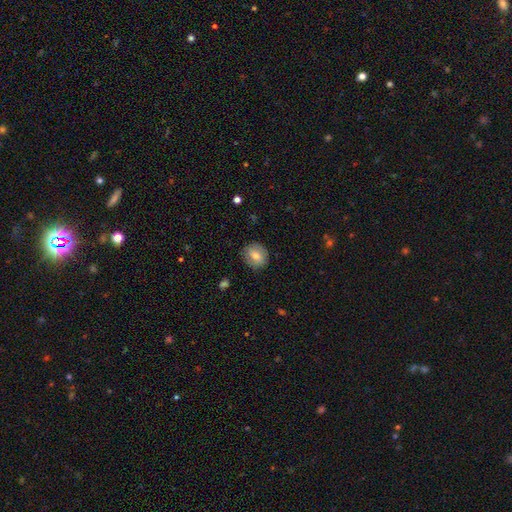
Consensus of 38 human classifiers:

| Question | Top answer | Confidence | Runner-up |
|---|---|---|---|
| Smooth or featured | smooth | 74% | featured or disk (18%) |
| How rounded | round | 61% | in between (39%) |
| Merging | none | 66% | minor disturbance (31%) |